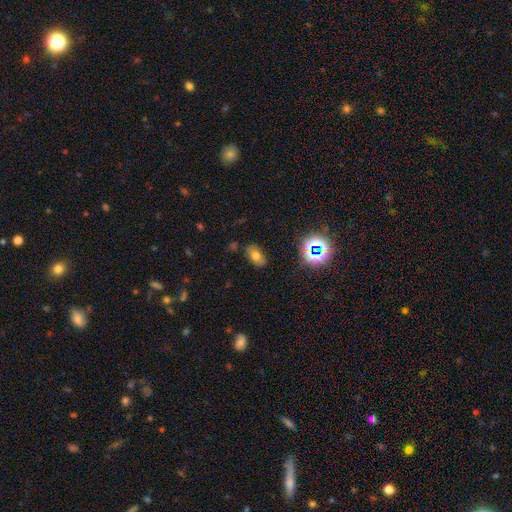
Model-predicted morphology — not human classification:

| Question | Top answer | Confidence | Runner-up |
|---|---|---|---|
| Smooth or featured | smooth | 68% | star or artifact (17%) |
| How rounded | in between | 88% | round (10%) |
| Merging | none | 82% | minor disturbance (12%) |